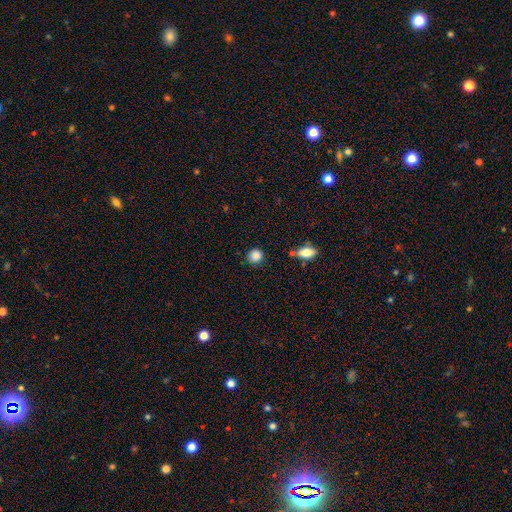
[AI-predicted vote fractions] Q: Smooth or featured?
A: smooth (87%); runner-up: star or artifact (10%)
Q: How rounded?
A: round (86%); runner-up: in between (13%)
Q: Merging?
A: none (84%); runner-up: minor disturbance (11%)